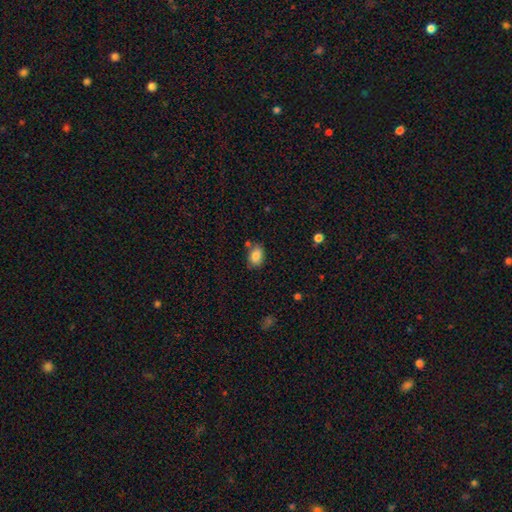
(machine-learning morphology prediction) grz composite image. It shows a smooth galaxy with no disk features (85%) that is in between round and cigar-shaped (79%). Merging: none (73%).